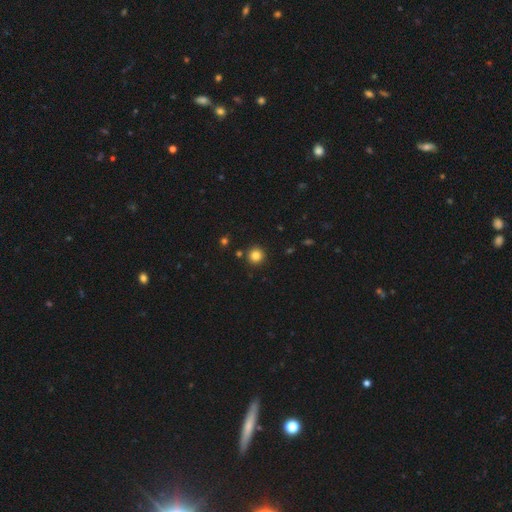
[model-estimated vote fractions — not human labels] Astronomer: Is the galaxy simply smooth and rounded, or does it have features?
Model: smooth — 83%.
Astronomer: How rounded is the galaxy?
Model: round — 94%.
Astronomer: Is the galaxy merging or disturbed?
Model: none — 89%.